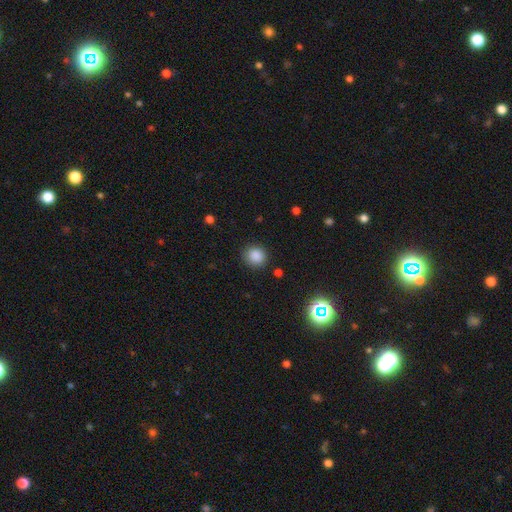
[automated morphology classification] smooth-or-featured: smooth: 85% | star or artifact: 11% | featured or disk: 3%
  how-rounded: round: 87% | in between: 12% | cigar-shaped: 1%
  merging: none: 87% | minor disturbance: 9% | major disturbance: 3% | merger: 1%